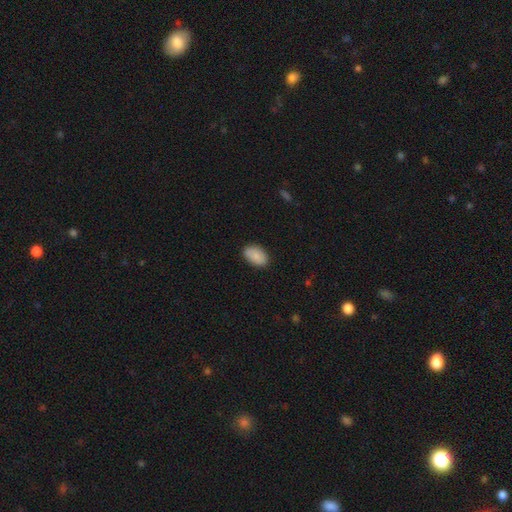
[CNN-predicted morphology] smooth 86%, featured or disk 8%, star or artifact 7%. Down the decision tree: how rounded — in between (92%); merging — none (86%).